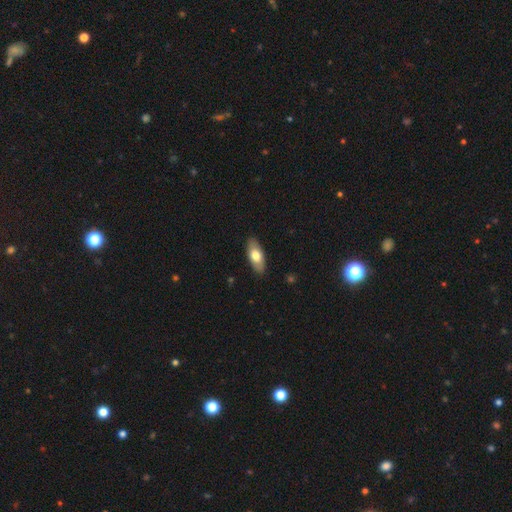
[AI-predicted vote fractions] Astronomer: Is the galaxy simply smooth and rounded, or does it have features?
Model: smooth — 70%.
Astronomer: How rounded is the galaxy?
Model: in between — 83%.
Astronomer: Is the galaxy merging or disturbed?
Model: none — 88%.